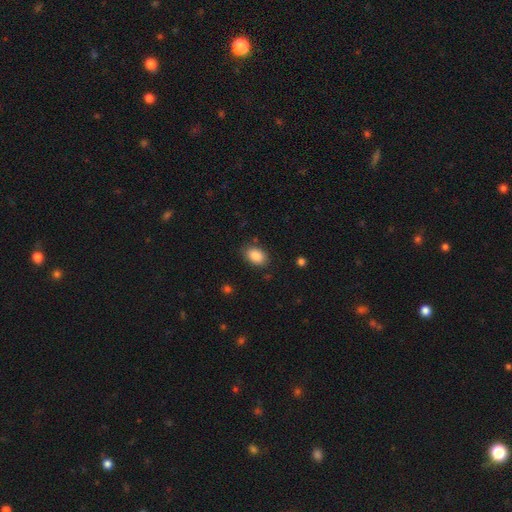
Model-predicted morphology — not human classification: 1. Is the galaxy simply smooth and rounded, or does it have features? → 88% smooth, 8% star or artifact, 4% featured or disk.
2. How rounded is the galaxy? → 87% in between, 12% round, 1% cigar-shaped.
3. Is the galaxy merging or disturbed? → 84% none, 12% minor disturbance, 3% major disturbance, 1% merger.